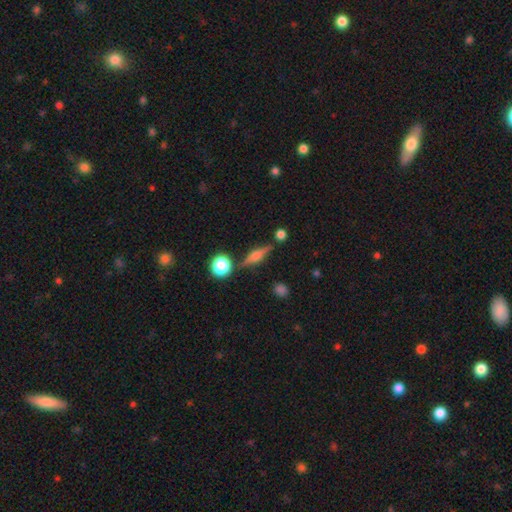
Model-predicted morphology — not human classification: smooth_or_featured: featured or disk (p=0.66) [alt: smooth p=0.25]
disk_edge_on: yes (p=0.96) [alt: no p=0.04]
edge_on_bulge: rounded (p=0.86) [alt: boxy p=0.11]
merging: none (p=0.82) [alt: minor disturbance p=0.10]